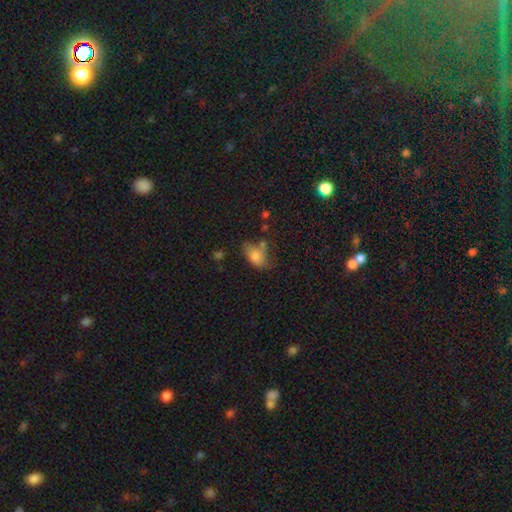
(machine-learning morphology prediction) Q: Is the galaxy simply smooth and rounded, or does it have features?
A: smooth — 74%.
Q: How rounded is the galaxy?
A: in between — 85%.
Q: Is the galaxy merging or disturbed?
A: none — 35%.